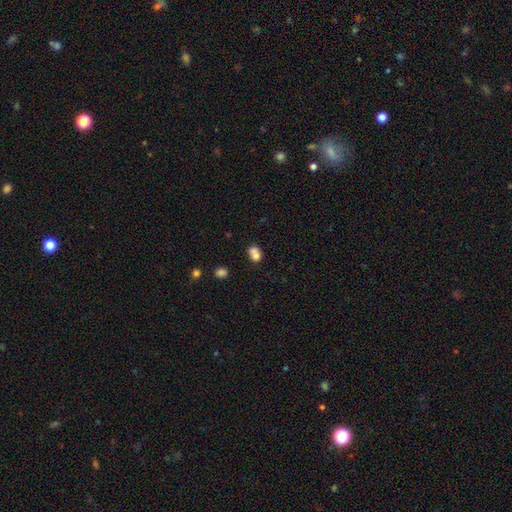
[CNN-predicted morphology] smooth_or_featured: smooth (p=0.74) [alt: featured or disk p=0.16]
how_rounded: round (p=0.53) [alt: in between p=0.46]
merging: merger (p=0.55) [alt: none p=0.30]